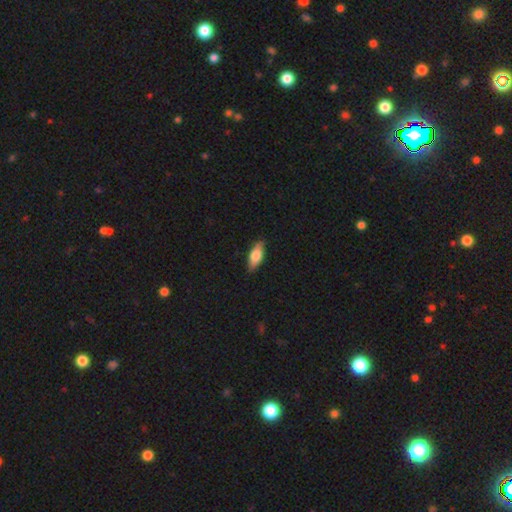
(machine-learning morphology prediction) This is likely a smooth galaxy (71%). How rounded: likely in between (75%). Merging: clearly none (87%).